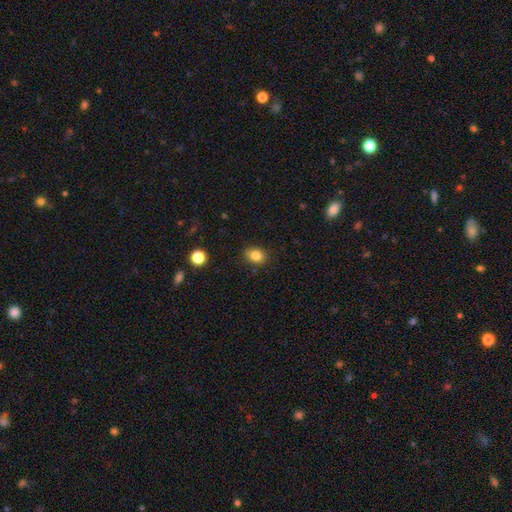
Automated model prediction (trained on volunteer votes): Overall: smooth (83%). How rounded: in between (55%; round 43%). Merging: none (82%).